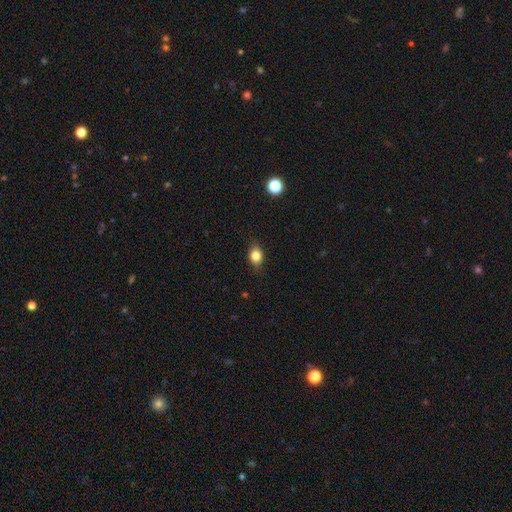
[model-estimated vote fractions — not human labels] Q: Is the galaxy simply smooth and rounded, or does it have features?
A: smooth — 82%.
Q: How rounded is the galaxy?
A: in between — 60%.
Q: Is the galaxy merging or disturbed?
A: none — 83%.